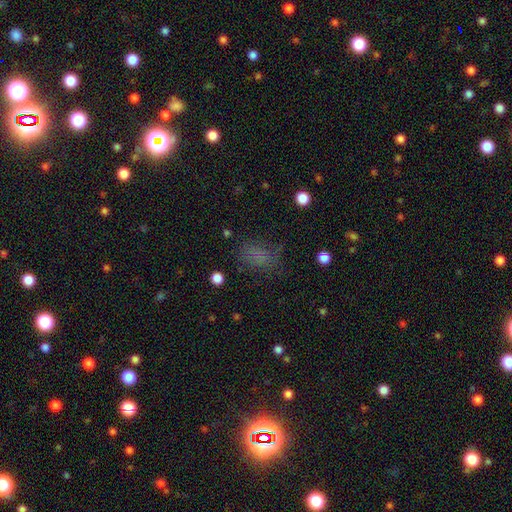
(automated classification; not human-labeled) A smooth galaxy with no disk features (56%) that is in between round and cigar-shaped (71%). Merging: none (69%).